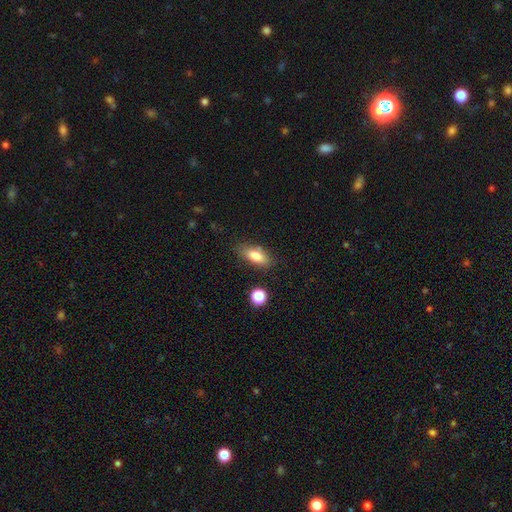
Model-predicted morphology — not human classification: type=smooth (80%); roundness=in between (80%); merging=none (79%).